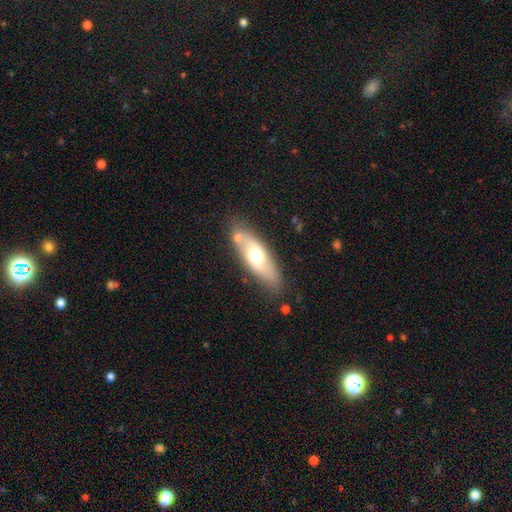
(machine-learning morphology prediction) Smooth or featured: smooth — 55% (featured or disk — 39%)
How rounded: in between — 65% (cigar-shaped — 32%)
Merging: none — 76% (minor disturbance — 14%)